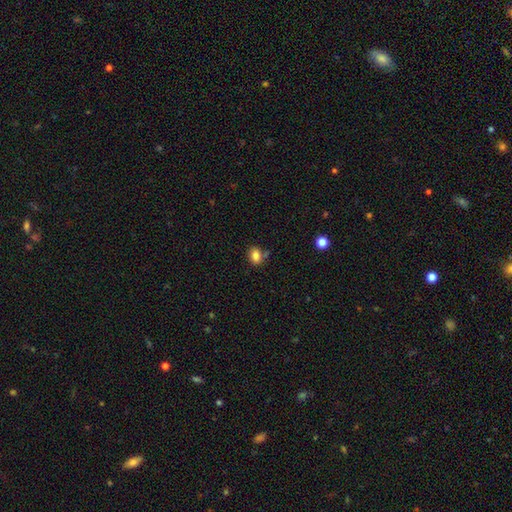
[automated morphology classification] A smooth galaxy with no disk features (83%) that is in between round and cigar-shaped (65%). Merging: none (71%).